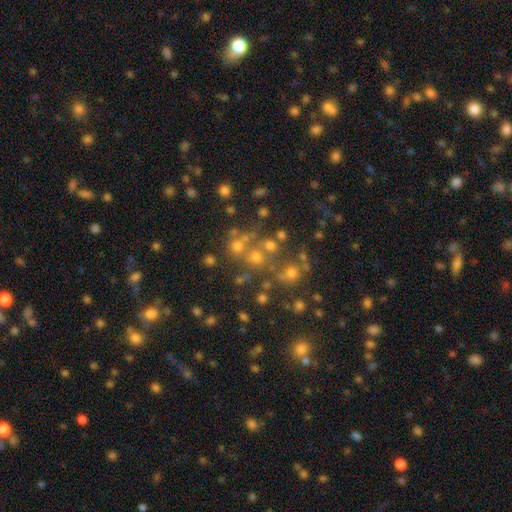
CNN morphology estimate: Smooth or featured? Predicted: star or artifact (p=0.42).